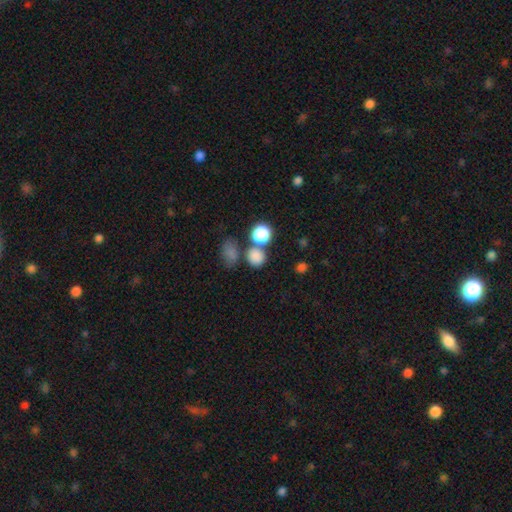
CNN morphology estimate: This appears to be a smooth galaxy with no disk features (81%) that is round (79%). Merging: none (63%).